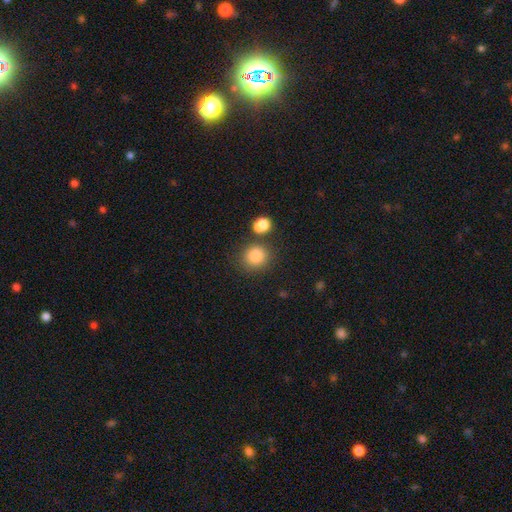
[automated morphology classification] Overall: smooth (85%). How rounded: round (85%). Merging: none (73%).